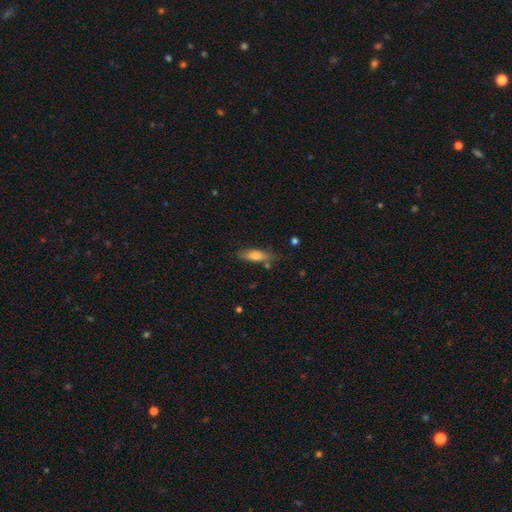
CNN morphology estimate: Q: Smooth or featured?
A: smooth (68%); runner-up: featured or disk (25%)
Q: How rounded?
A: cigar-shaped (55%); runner-up: in between (43%)
Q: Merging?
A: none (75%); runner-up: minor disturbance (16%)